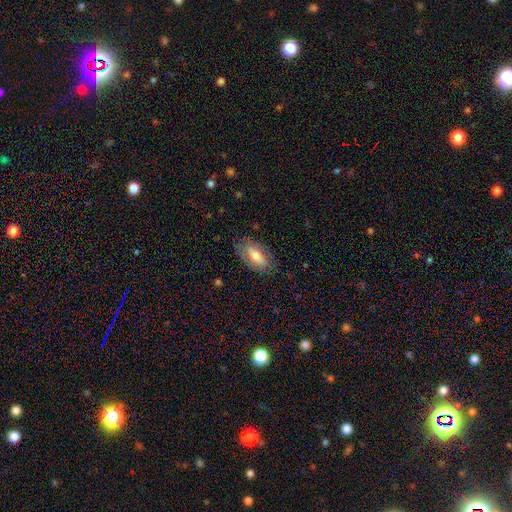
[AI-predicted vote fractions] Morphology: type=smooth (62%); roundness=in between (91%); merging=none (77%).